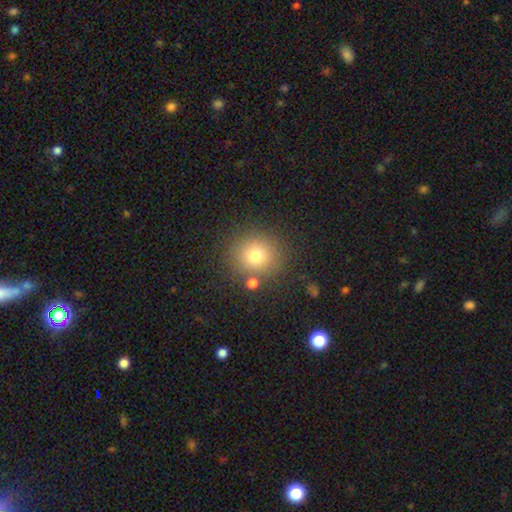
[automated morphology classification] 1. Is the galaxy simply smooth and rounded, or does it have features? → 75% smooth, 15% star or artifact, 11% featured or disk.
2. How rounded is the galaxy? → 87% round, 12% in between, 1% cigar-shaped.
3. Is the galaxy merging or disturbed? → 81% none, 9% minor disturbance, 6% merger, 4% major disturbance.